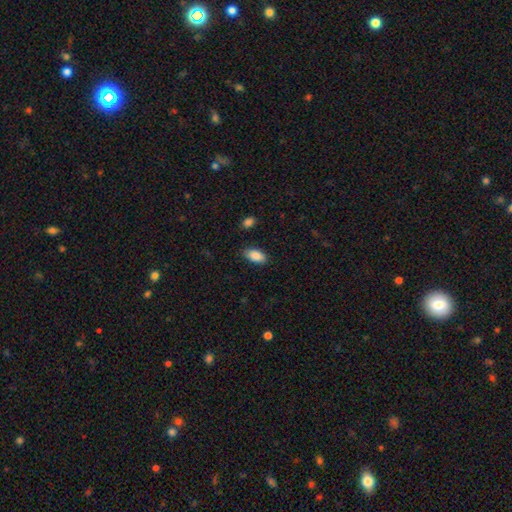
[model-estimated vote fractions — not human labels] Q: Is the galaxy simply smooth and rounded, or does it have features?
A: smooth — 88%.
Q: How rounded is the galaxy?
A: in between — 93%.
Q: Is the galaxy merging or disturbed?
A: none — 84%.